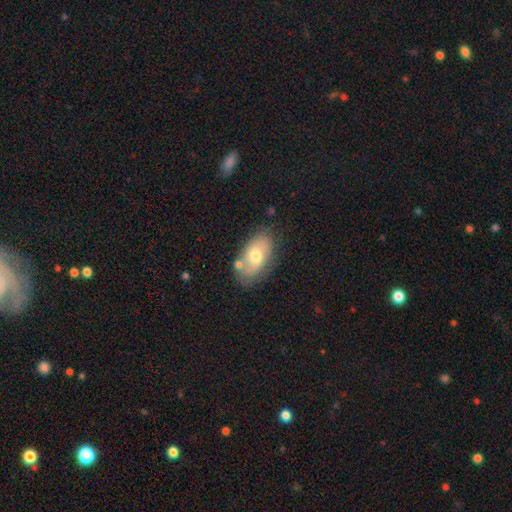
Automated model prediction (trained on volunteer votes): Smooth or featured? smooth (51%)
How rounded? in between (92%)
Merging? none (64%)